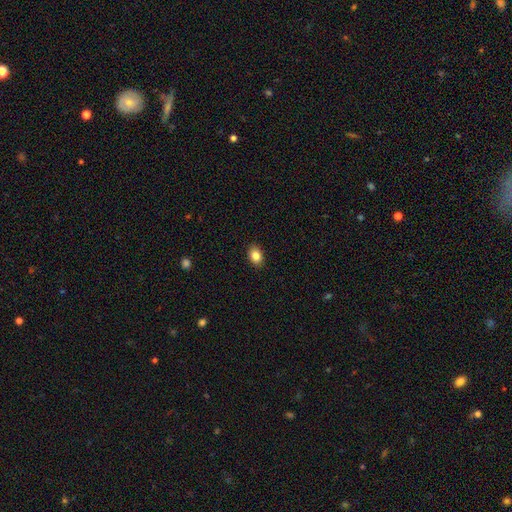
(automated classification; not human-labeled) This is clearly a smooth galaxy (84%). How rounded: likely in between (75%). Merging: clearly none (90%).